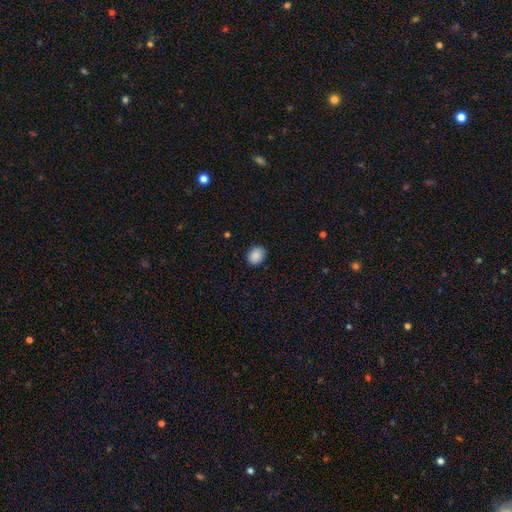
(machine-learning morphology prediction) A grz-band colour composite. It shows a smooth galaxy with no disk features (88%) that is in between round and cigar-shaped (55%). Merging: none (87%).